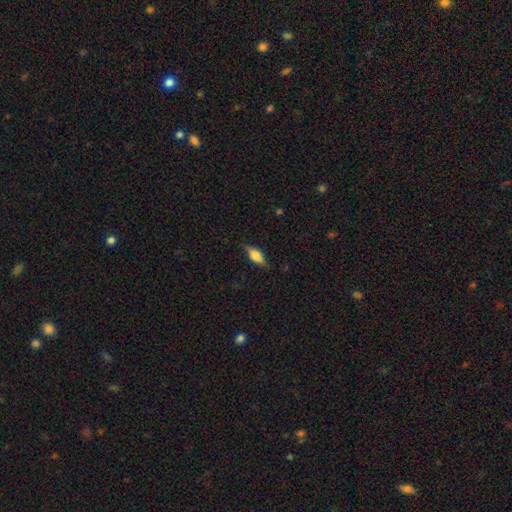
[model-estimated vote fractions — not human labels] Smooth or featured?
  - smooth: 62% *
  - featured or disk: 31%
  - star or artifact: 7%
How rounded?
  - in between: 75% *
  - cigar-shaped: 21%
  - round: 4%
Merging?
  - none: 76% *
  - minor disturbance: 19%
  - major disturbance: 4%
  - merger: 1%